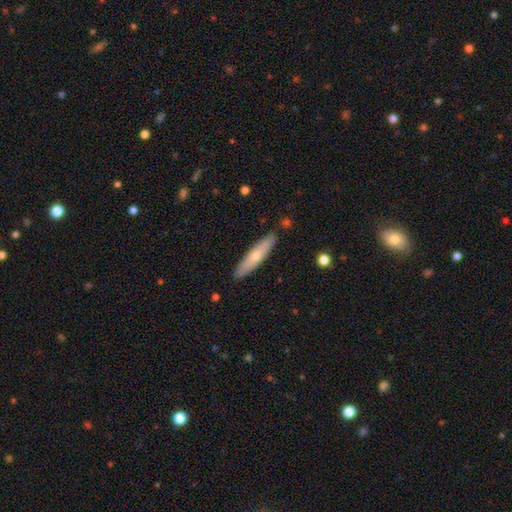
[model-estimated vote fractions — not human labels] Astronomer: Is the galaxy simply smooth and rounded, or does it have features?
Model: smooth — 58% (runner-up: featured or disk, 36%).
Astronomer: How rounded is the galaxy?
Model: cigar-shaped — 83%.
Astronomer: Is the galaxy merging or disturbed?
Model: none — 88%.